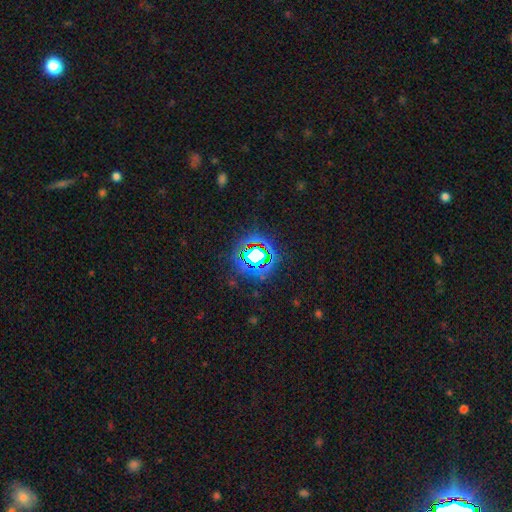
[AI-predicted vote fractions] star or artifact 72%, smooth 16%, featured or disk 12%.